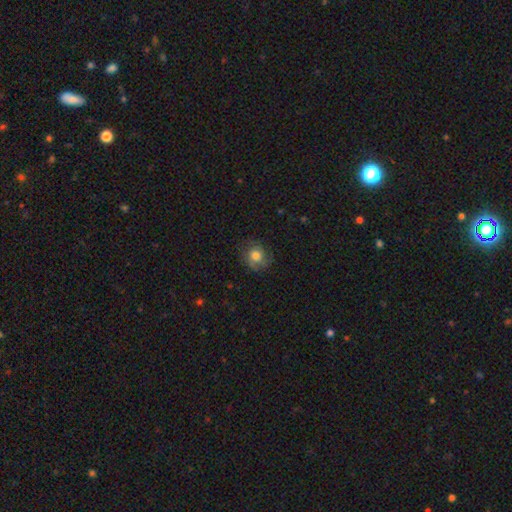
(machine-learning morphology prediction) Smooth or featured?
  - smooth: 68% *
  - featured or disk: 21%
  - star or artifact: 11%
How rounded?
  - round: 81% *
  - in between: 18%
  - cigar-shaped: 1%
Merging?
  - none: 73% *
  - minor disturbance: 18%
  - major disturbance: 7%
  - merger: 1%